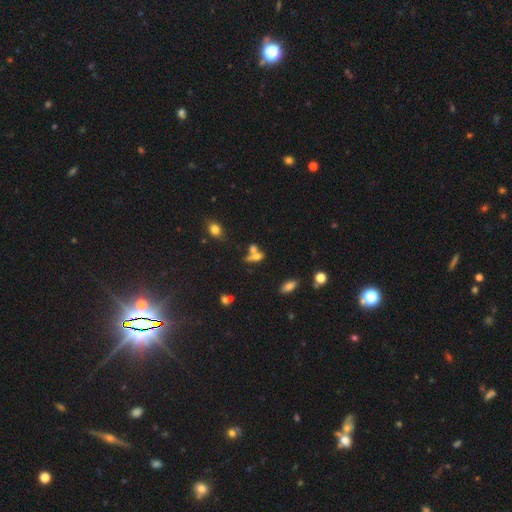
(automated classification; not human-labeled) Smooth or featured? Predicted: smooth (p=0.53). How rounded? Predicted: in between (p=0.51). Merging? Predicted: merger (p=0.44).